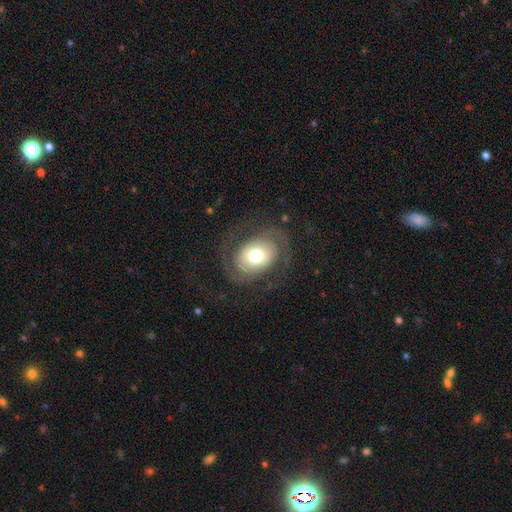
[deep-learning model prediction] This is likely a featured or disk galaxy (67%). It is clearly not viewed edge-on (96%). Bar: likely no (73%). Spiral arm pattern: clearly yes (81%). Spiral arm count: clearly 2 (81%). Spiral winding: marginally medium (40%). Central bulge: likely moderate (61%). Merging: likely none (70%).